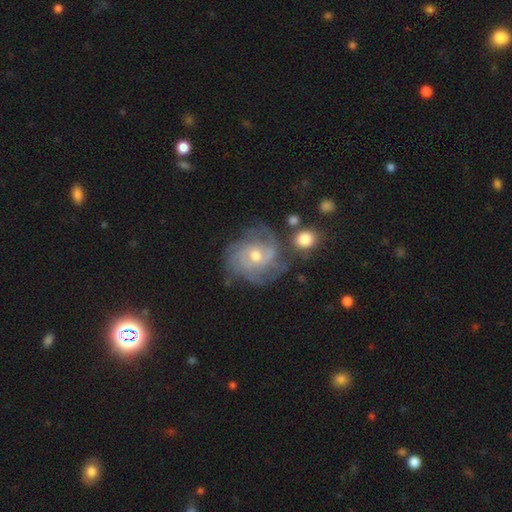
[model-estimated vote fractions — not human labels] This appears to be a featured or disk galaxy (80%) with no bar (70%), tight (54%) spiral arms (92%) and a moderate central bulge (60%). Merging: none (62%).